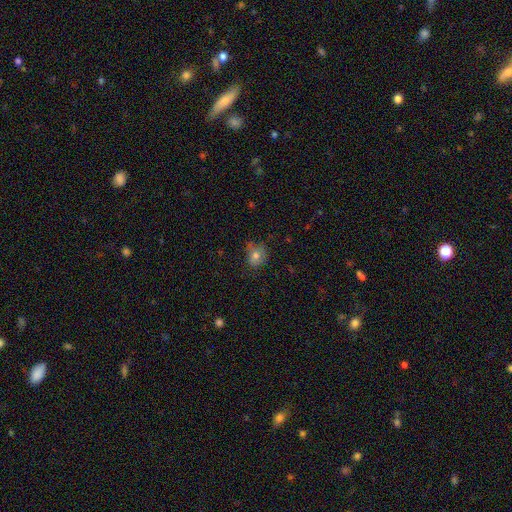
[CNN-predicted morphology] type=smooth (74%); roundness=round (60%); merging=none (56%).